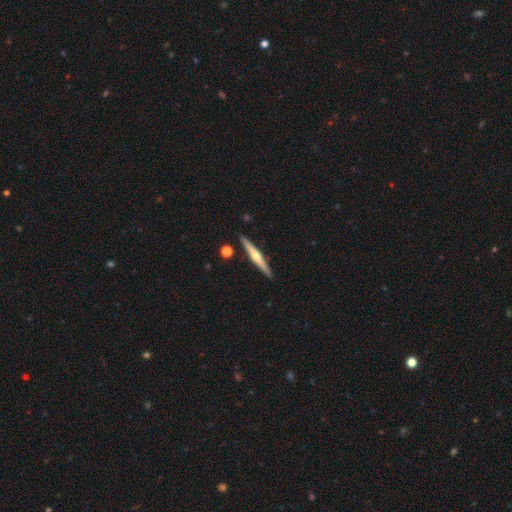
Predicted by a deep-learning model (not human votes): The model was most divided on "smooth or featured": featured or disk: 65%, smooth: 30%, star or artifact: 5%. More confident: edge-on disk — yes (97%); merging — none (90%); edge-on bulge — rounded (85%).